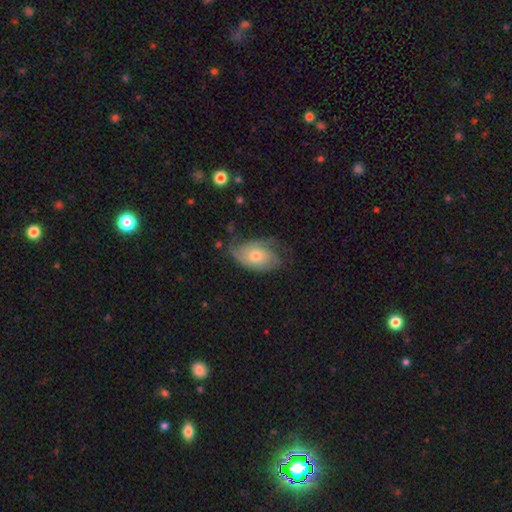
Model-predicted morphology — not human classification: Overall: featured or disk (57%; smooth 36%). Edge-on disk: no (94%). Bar: no (82%). Spiral arms: yes (81%). Bulge size: moderate (53%; small 41%). Merging: none (48%; minor disturbance 31%).